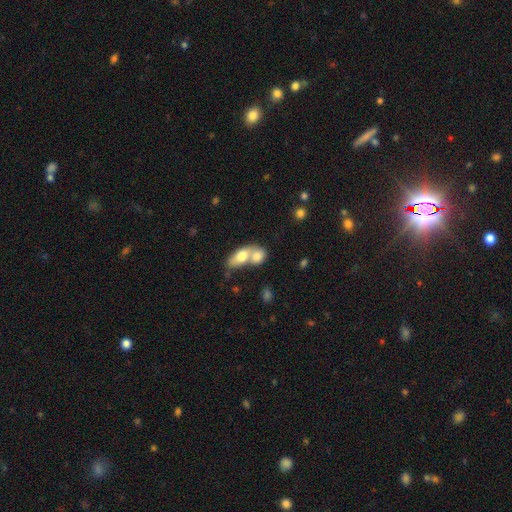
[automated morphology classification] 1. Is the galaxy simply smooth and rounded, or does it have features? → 72% smooth, 20% featured or disk, 8% star or artifact.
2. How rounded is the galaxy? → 74% in between, 20% round, 6% cigar-shaped.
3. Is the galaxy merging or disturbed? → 76% merger, 15% none, 5% minor disturbance, 4% major disturbance.